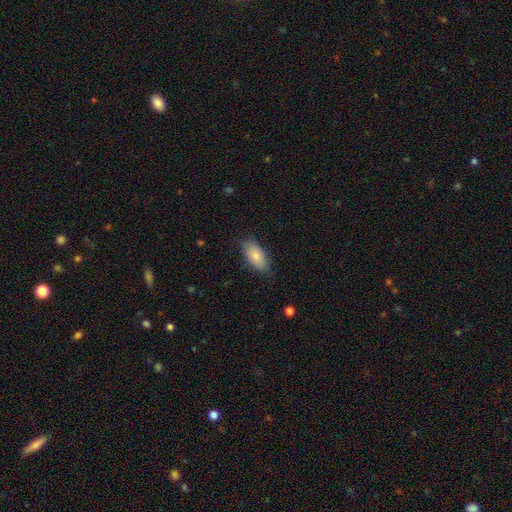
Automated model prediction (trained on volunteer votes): This is clearly a smooth galaxy (82%). How rounded: clearly in between (91%). Merging: clearly none (82%).